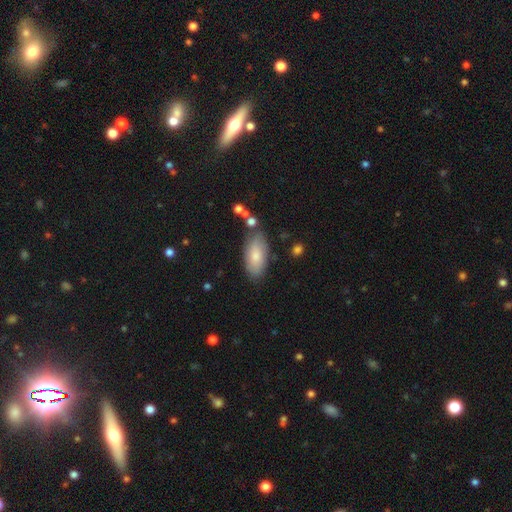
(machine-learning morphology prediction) Overall: smooth (76%). How rounded: in between (90%). Merging: none (73%).